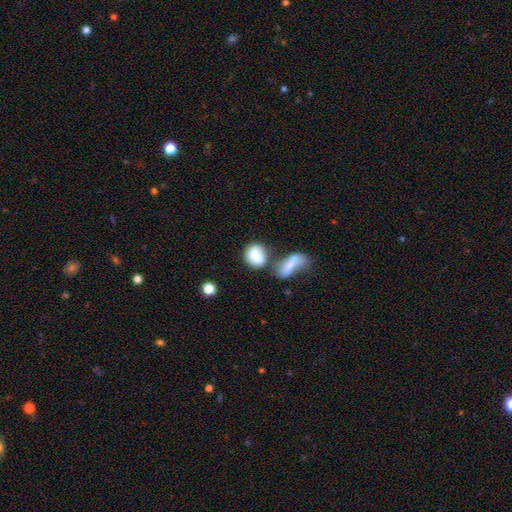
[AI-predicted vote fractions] smooth 76%, featured or disk 16%, star or artifact 8%. Down the decision tree: how rounded — in between (56%); merging — merger (44%).